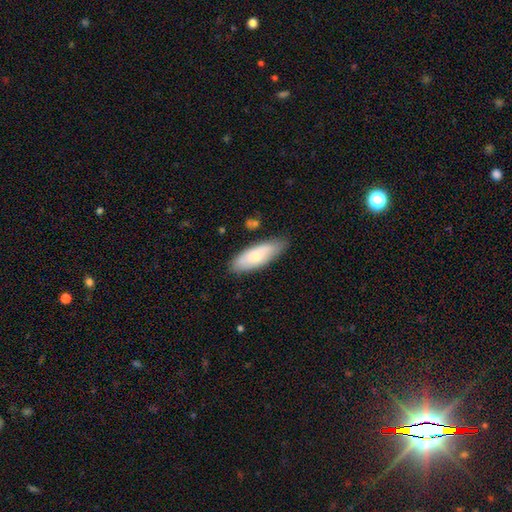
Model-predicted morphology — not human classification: A smooth galaxy with no disk features (72%) that is in between round and cigar-shaped (68%).

Vote fractions:
- Smooth or featured? smooth: 72% / featured or disk: 22% / star or artifact: 6%
- How rounded? in between: 68% / cigar-shaped: 30% / round: 2%
- Merging? none: 79% / minor disturbance: 16% / major disturbance: 3% / merger: 2%